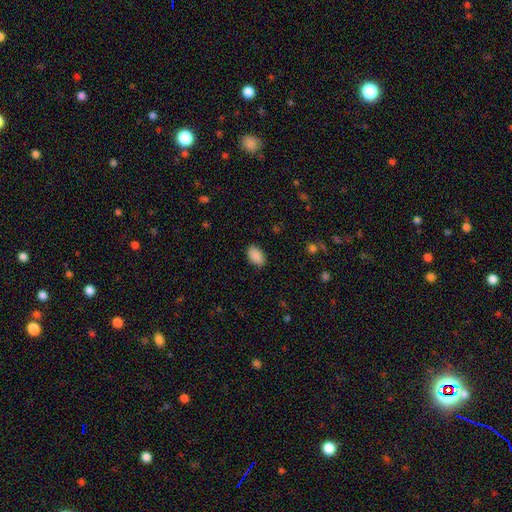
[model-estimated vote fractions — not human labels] smooth_or_featured: smooth (p=0.90) [alt: star or artifact p=0.07]
how_rounded: in between (p=0.91) [alt: round p=0.07]
merging: none (p=0.87) [alt: minor disturbance p=0.10]